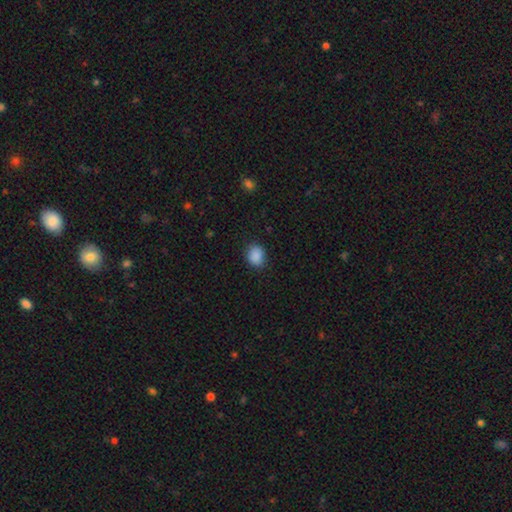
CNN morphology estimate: Smooth or featured? smooth (88%)
How rounded? round (58%)
Merging? none (83%)